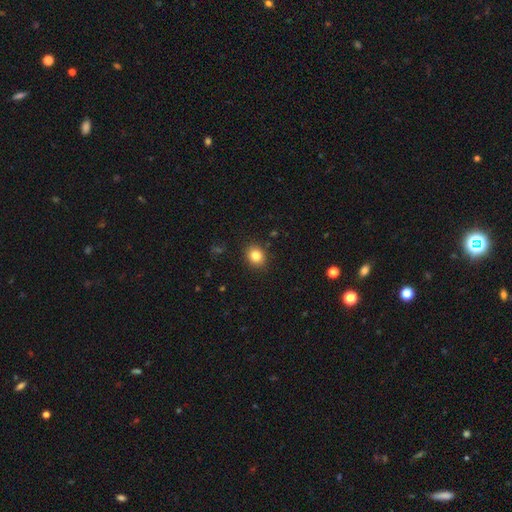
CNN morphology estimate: This is clearly a smooth galaxy (83%). How rounded: likely round (66%). Merging: clearly none (89%).